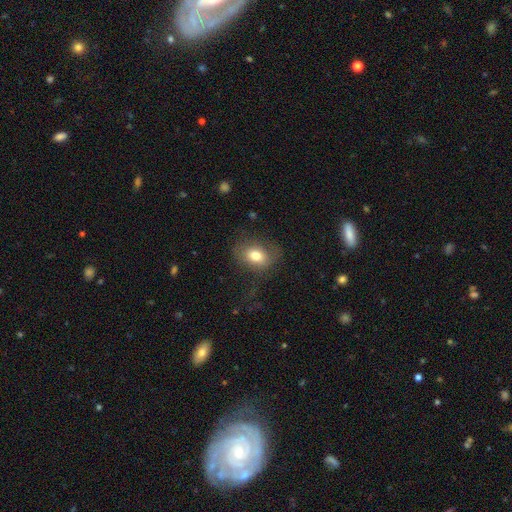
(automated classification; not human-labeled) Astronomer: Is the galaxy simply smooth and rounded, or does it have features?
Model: smooth — 73%.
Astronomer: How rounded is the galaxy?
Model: in between — 65%.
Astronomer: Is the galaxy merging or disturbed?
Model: none — 61%.